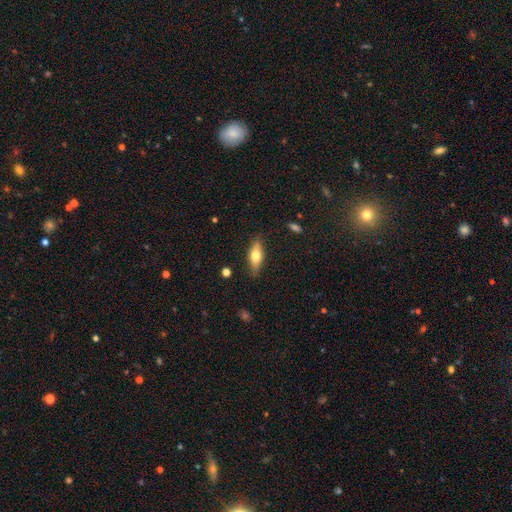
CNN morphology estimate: Smooth or featured?
  - smooth: 62% *
  - featured or disk: 31%
  - star or artifact: 7%
How rounded?
  - in between: 64% *
  - cigar-shaped: 33%
  - round: 3%
Merging?
  - none: 83% *
  - minor disturbance: 13%
  - major disturbance: 3%
  - merger: 1%